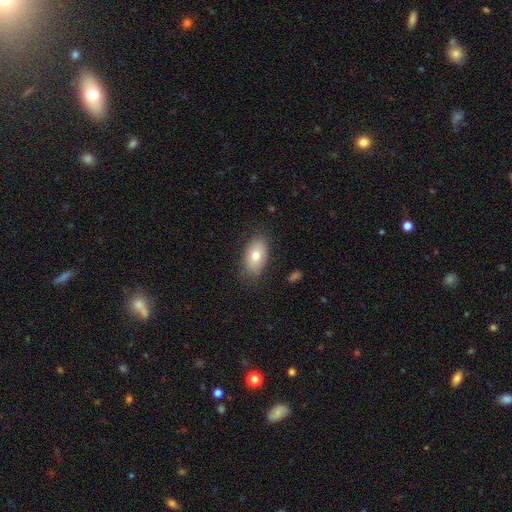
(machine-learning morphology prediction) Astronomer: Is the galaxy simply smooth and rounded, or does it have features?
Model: smooth — 74%.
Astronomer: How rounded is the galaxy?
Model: in between — 90%.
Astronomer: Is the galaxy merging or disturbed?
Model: none — 82%.